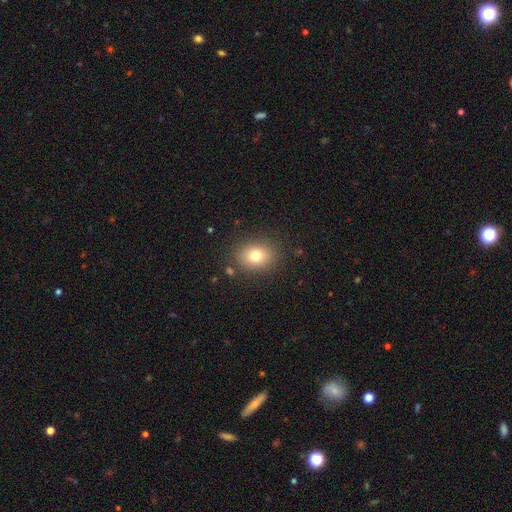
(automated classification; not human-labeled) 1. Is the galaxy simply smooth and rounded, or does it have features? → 76% smooth, 12% star or artifact, 12% featured or disk.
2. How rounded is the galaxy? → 51% round, 48% in between, 1% cigar-shaped.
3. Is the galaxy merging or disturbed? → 85% none, 9% minor disturbance, 4% major disturbance, 2% merger.